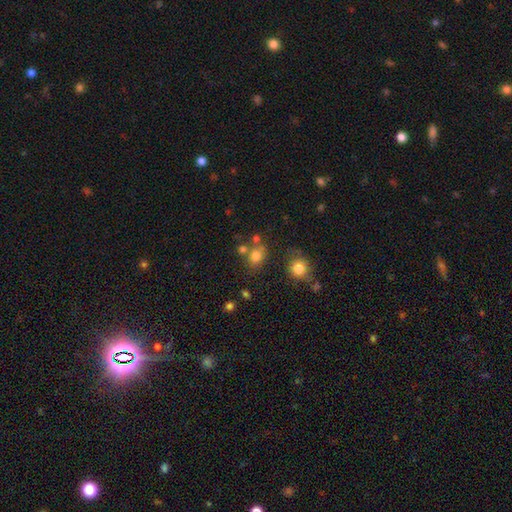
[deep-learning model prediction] smooth 75%, star or artifact 15%, featured or disk 10%. Down the decision tree: how rounded — round (63%); merging — none (59%).